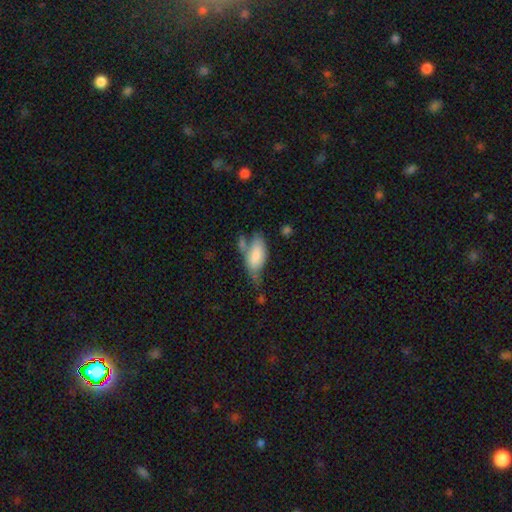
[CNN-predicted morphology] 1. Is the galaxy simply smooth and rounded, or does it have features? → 75% smooth, 19% featured or disk, 7% star or artifact.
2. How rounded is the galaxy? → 89% in between, 9% cigar-shaped, 3% round.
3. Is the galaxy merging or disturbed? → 31% minor disturbance, 30% none, 21% merger, 19% major disturbance.